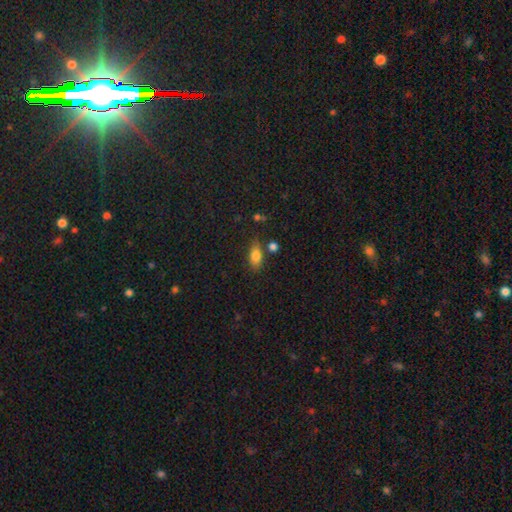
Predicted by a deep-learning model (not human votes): smooth-or-featured: smooth: 80% | featured or disk: 10% | star or artifact: 10%
  how-rounded: in between: 83% | cigar-shaped: 9% | round: 8%
  merging: none: 69% | minor disturbance: 18% | merger: 8% | major disturbance: 5%